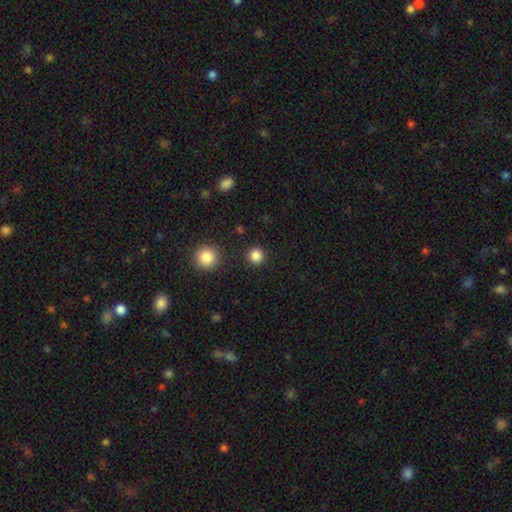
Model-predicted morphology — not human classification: Smooth or featured: smooth — 84% (star or artifact — 12%)
How rounded: round — 95% (in between — 5%)
Merging: none — 90% (minor disturbance — 5%)